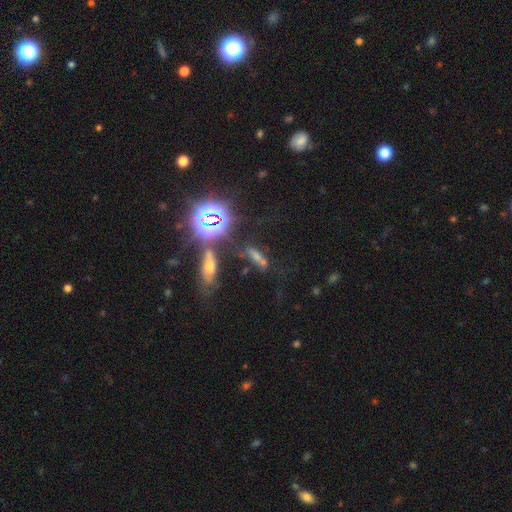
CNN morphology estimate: type=star or artifact (45%).